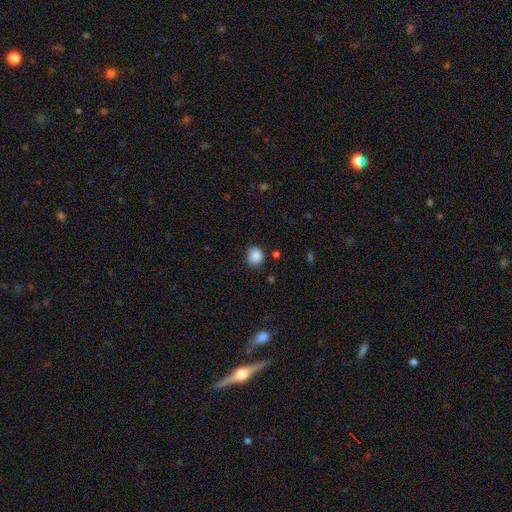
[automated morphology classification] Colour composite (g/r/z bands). It shows a smooth galaxy with no disk features (87%) that is round (71%). Merging: none (74%).